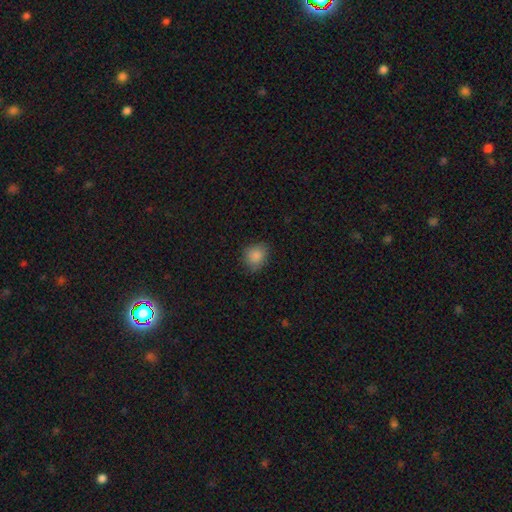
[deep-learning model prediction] This is clearly a smooth galaxy (86%). How rounded: likely round (63%). Merging: likely none (78%).